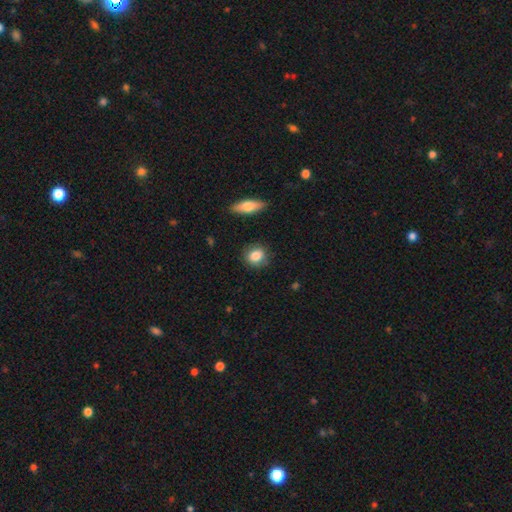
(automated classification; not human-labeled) The model was most divided on "how rounded": round: 69%, in between: 29%, cigar-shaped: 2%. More confident: merging — none (86%); smooth or featured — smooth (84%).